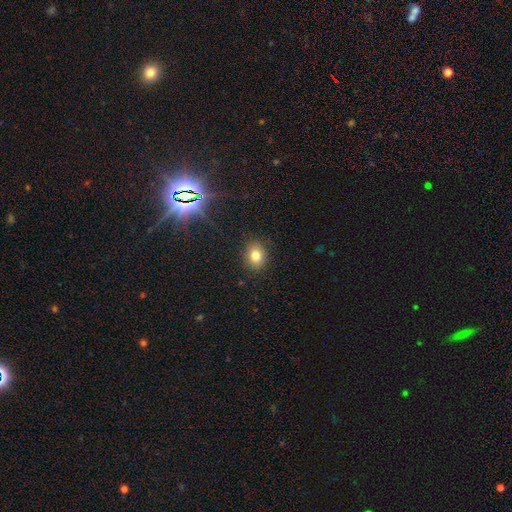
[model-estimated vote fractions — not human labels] smooth_or_featured: smooth (p=0.78) [alt: star or artifact p=0.13]
how_rounded: in between (p=0.53) [alt: round p=0.46]
merging: none (p=0.88) [alt: minor disturbance p=0.08]